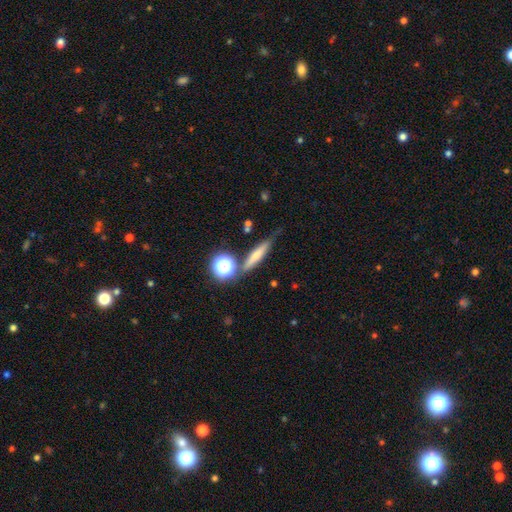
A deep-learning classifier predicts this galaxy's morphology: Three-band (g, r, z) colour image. It shows a smooth galaxy with no disk features (59%) that is cigar-shaped (75%). Merging: none (72%).